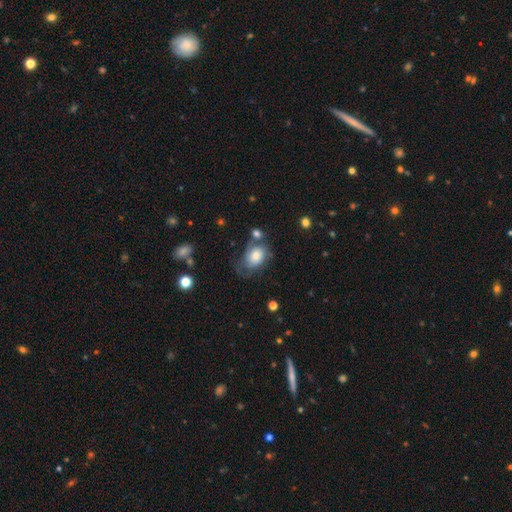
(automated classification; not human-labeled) This is possibly a smooth galaxy (58%). How rounded: likely in between (63%). Merging: marginally none (39%).